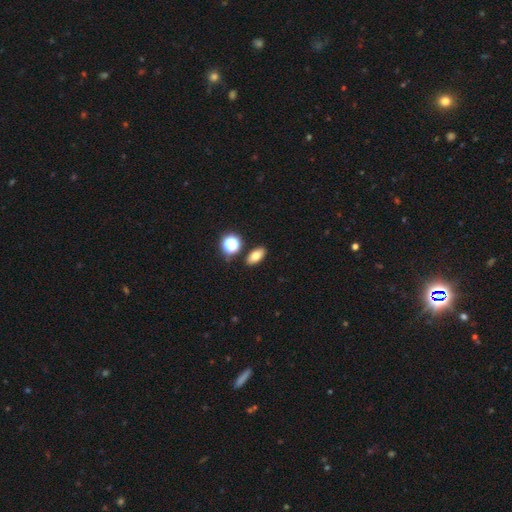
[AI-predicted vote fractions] Smooth or featured: smooth — 74% (featured or disk — 13%)
How rounded: in between — 83% (round — 11%)
Merging: none — 85% (minor disturbance — 8%)